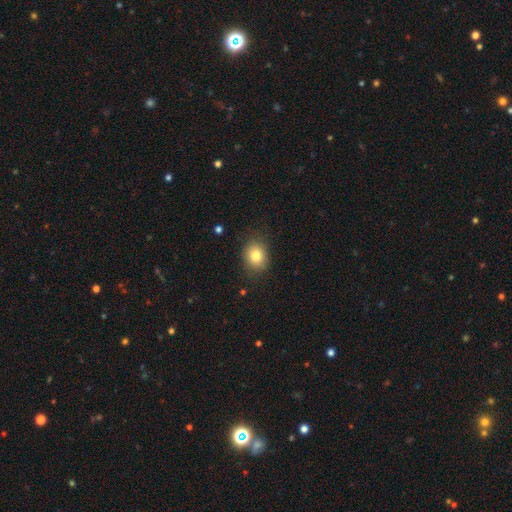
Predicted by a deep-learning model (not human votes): smooth 80%, star or artifact 11%, featured or disk 9%. Down the decision tree: how rounded — round (60%); merging — none (84%).